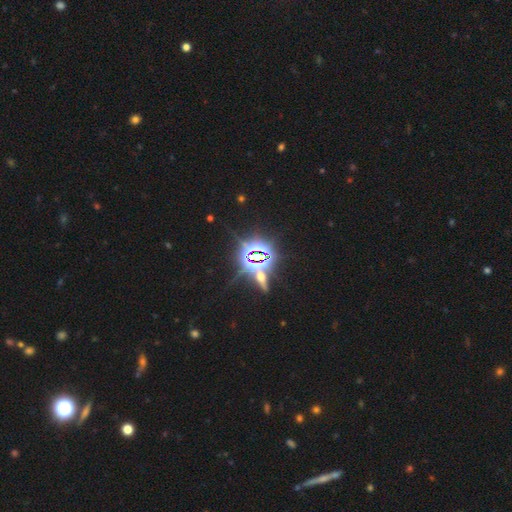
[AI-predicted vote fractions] Smooth or featured?
  - star or artifact: 78% *
  - smooth: 11%
  - featured or disk: 11%